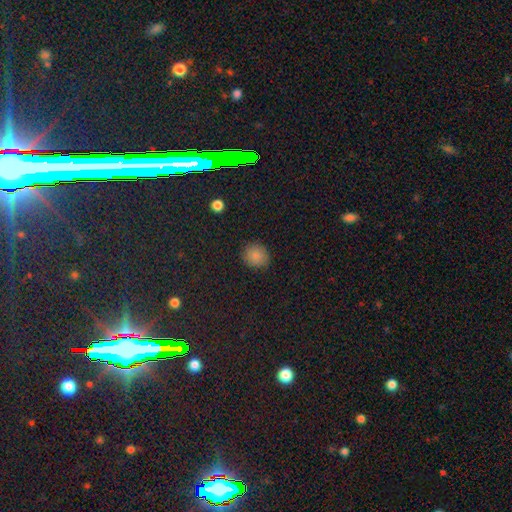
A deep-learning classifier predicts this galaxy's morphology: This is clearly a smooth galaxy (85%). How rounded: clearly round (83%). Merging: clearly none (87%).